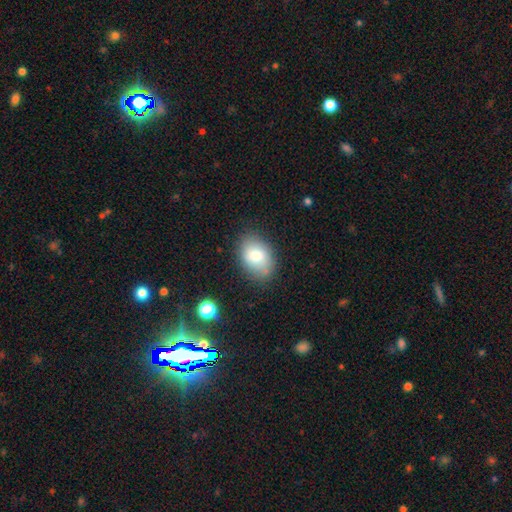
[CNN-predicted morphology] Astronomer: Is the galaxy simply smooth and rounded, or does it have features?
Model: smooth — 78%.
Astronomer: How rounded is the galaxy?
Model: in between — 80%.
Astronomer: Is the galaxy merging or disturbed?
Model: none — 79%.